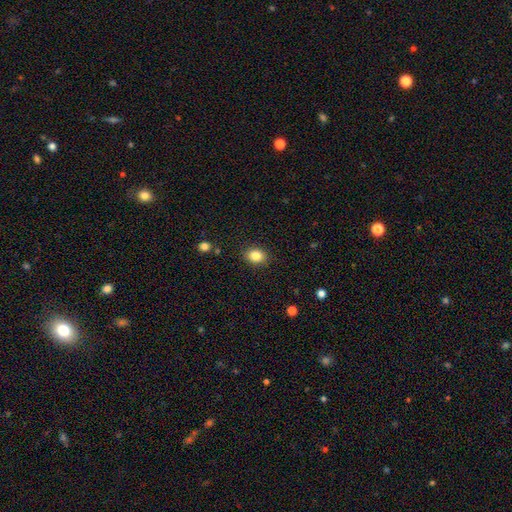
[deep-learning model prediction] Smooth or featured?
  - smooth: 84% *
  - star or artifact: 10%
  - featured or disk: 6%
How rounded?
  - in between: 57% *
  - round: 42%
  - cigar-shaped: 1%
Merging?
  - none: 88% *
  - minor disturbance: 9%
  - major disturbance: 2%
  - merger: 1%